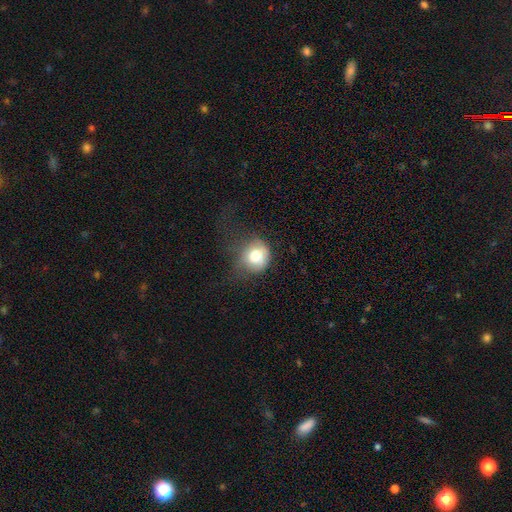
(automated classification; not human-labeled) A smooth galaxy with no disk features (74%) that is round (77%).

Vote fractions:
- Smooth or featured? smooth: 74% / featured or disk: 16% / star or artifact: 10%
- How rounded? round: 77% / in between: 22% / cigar-shaped: 1%
- Merging? none: 42% / minor disturbance: 29% / major disturbance: 27% / merger: 2%